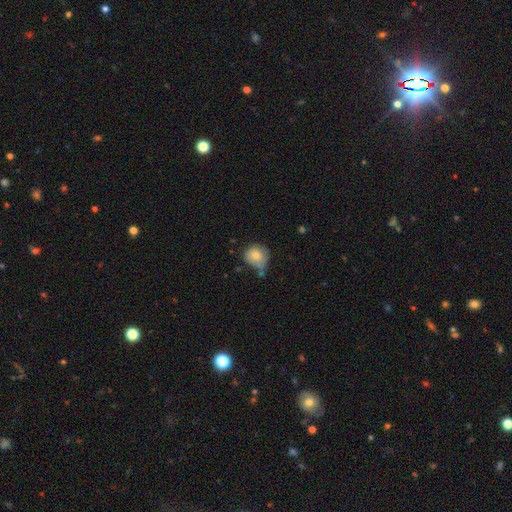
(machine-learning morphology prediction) This is likely a smooth galaxy (74%). How rounded: likely round (78%). Merging: possibly none (47%).